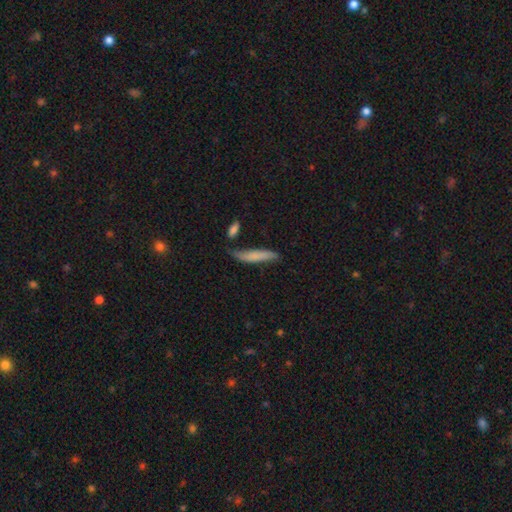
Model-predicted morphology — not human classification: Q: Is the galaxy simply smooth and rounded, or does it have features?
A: smooth — 68%.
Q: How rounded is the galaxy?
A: cigar-shaped — 88%.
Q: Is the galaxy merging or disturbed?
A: none — 64%.